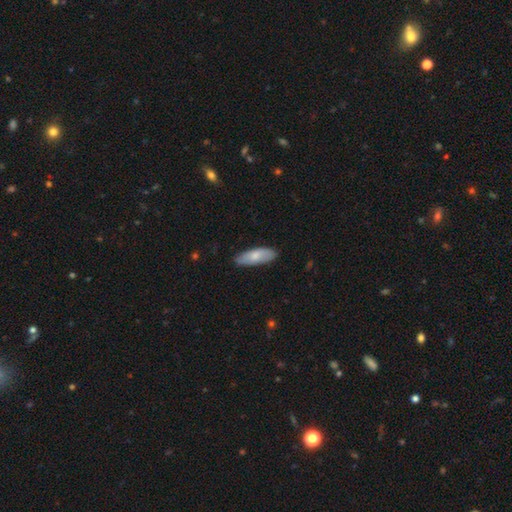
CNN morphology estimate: smooth_or_featured: smooth (p=0.74) [alt: featured or disk p=0.20]
how_rounded: in between (p=0.68) [alt: cigar-shaped p=0.30]
merging: none (p=0.83) [alt: minor disturbance p=0.14]